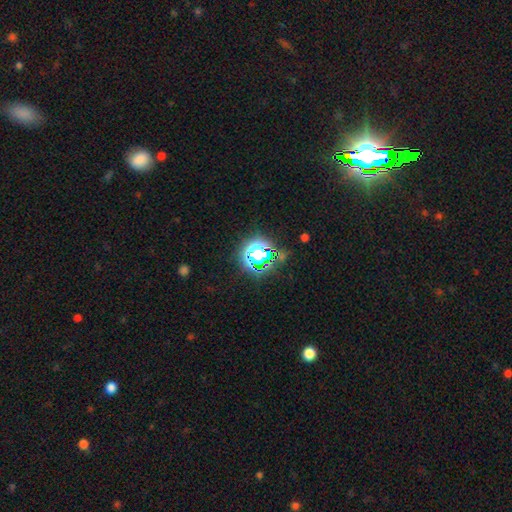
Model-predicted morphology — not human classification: type=star or artifact (67%).